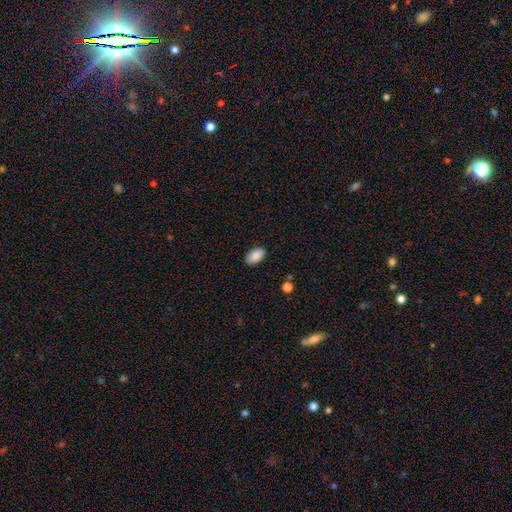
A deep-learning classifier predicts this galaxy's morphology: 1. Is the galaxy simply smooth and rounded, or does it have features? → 88% smooth, 7% star or artifact, 5% featured or disk.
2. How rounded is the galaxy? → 93% in between, 5% round, 1% cigar-shaped.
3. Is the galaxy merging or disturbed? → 87% none, 10% minor disturbance, 2% major disturbance, 1% merger.